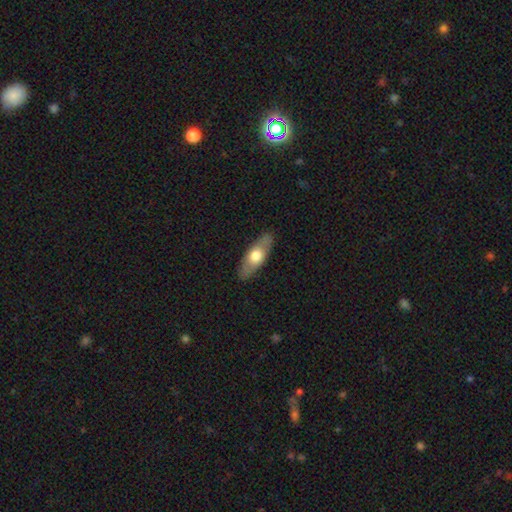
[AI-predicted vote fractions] Smooth or featured: smooth — 58% (featured or disk — 37%)
How rounded: in between — 65% (cigar-shaped — 32%)
Merging: none — 87% (minor disturbance — 10%)